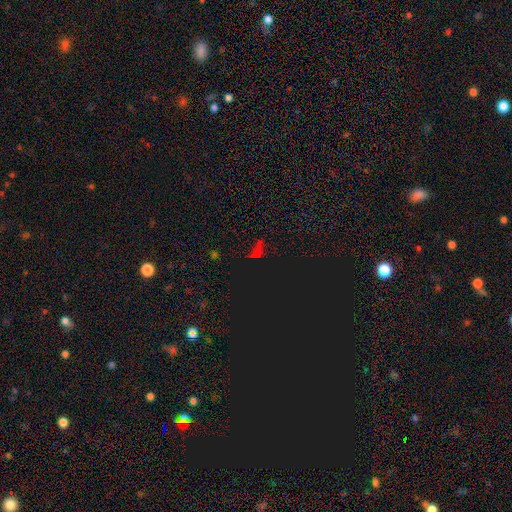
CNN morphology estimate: Smooth or featured? star or artifact (68%)